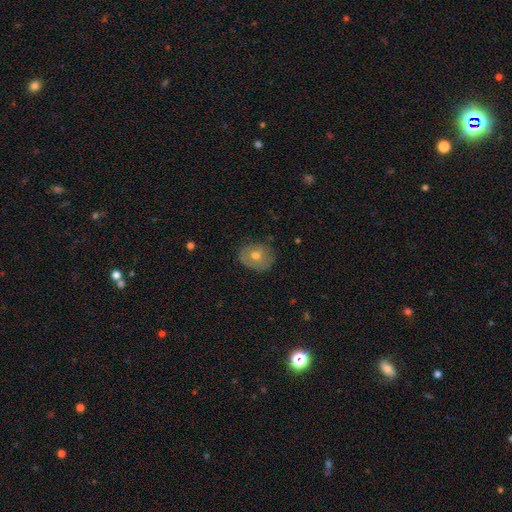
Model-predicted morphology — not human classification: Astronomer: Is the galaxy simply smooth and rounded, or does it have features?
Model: smooth — 51% (runner-up: featured or disk, 39%).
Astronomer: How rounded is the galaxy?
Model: round — 58% (runner-up: in between, 41%).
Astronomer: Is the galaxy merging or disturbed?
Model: none — 72%.